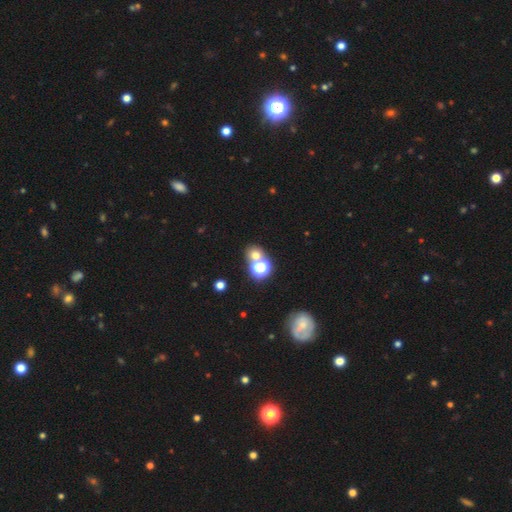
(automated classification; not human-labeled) smooth 59%, star or artifact 31%, featured or disk 9%. Down the decision tree: how rounded — round (78%); merging — none (59%).